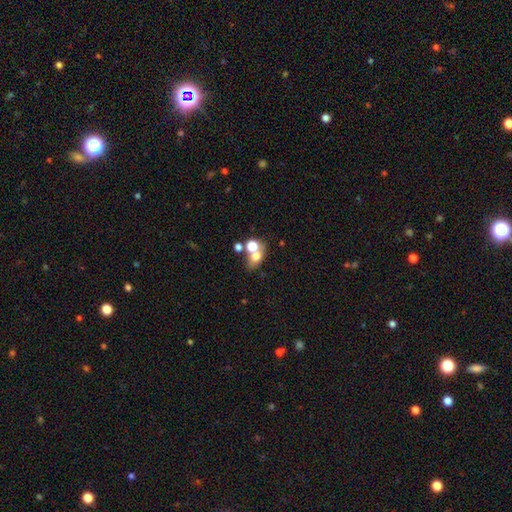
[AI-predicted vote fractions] smooth_or_featured: smooth (p=0.67) [alt: featured or disk p=0.17]
how_rounded: in between (p=0.56) [alt: round p=0.42]
merging: merger (p=0.48) [alt: none p=0.37]